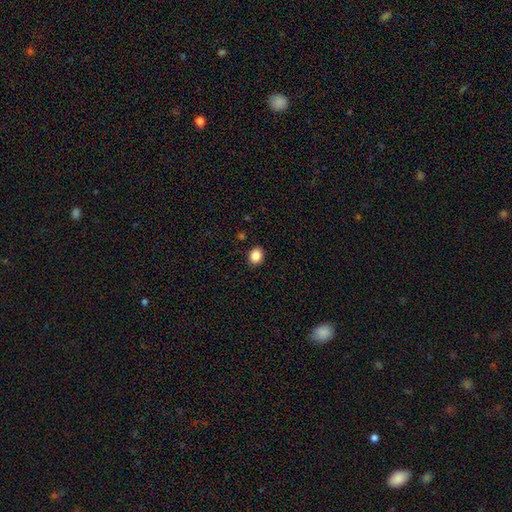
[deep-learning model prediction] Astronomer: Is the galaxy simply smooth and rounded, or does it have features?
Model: smooth — 87%.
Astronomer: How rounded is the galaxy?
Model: round — 55% (runner-up: in between, 44%).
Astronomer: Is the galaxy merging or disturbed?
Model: none — 91%.